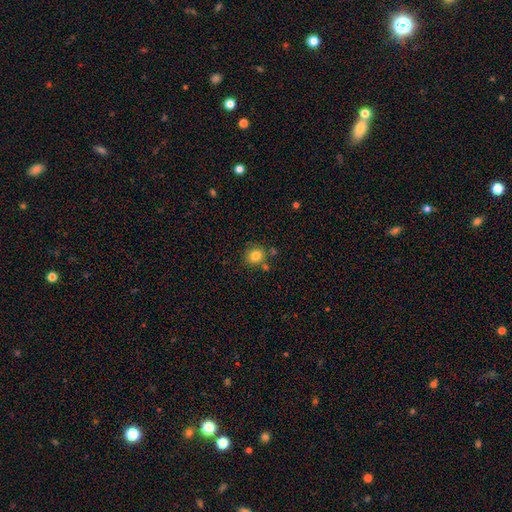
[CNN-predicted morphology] Smooth or featured: smooth — 81% (star or artifact — 11%)
How rounded: round — 84% (in between — 15%)
Merging: none — 76% (minor disturbance — 11%)